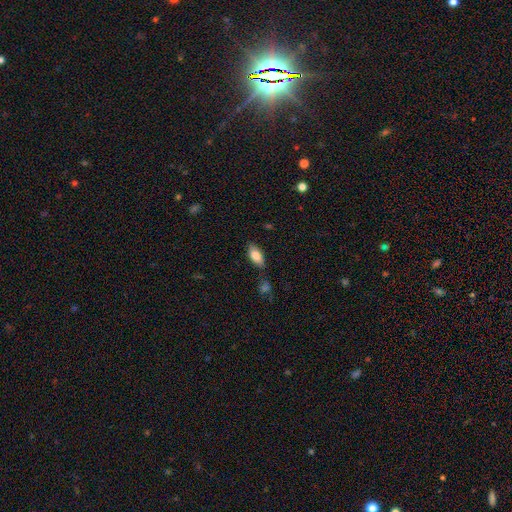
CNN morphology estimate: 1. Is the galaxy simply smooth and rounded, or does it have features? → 84% smooth, 9% featured or disk, 7% star or artifact.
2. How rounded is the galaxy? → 89% in between, 9% cigar-shaped, 2% round.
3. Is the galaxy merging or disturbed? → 75% none, 16% minor disturbance, 5% merger, 4% major disturbance.